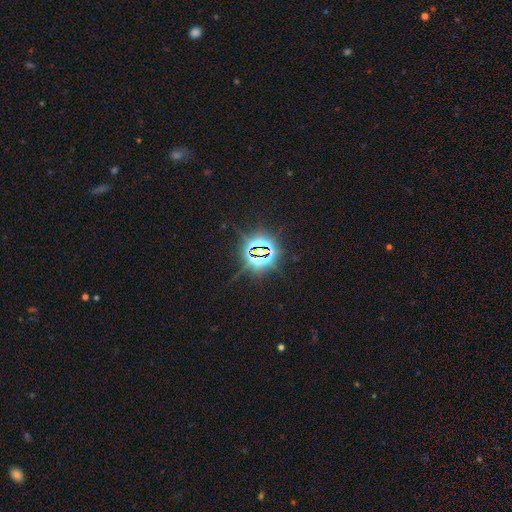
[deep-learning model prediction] Overall: star or artifact (83%).